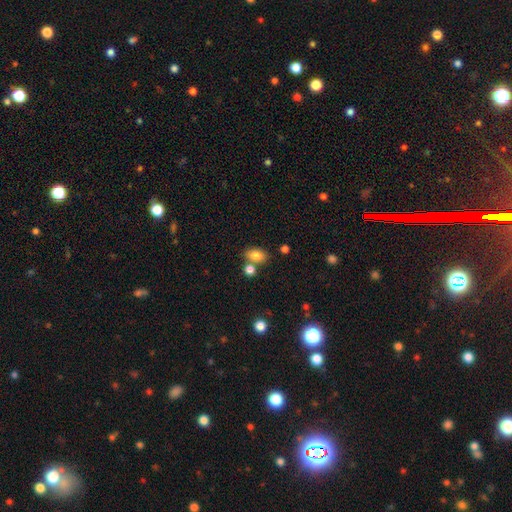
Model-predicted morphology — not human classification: Smooth or featured: smooth — 82% (star or artifact — 10%)
How rounded: in between — 84% (round — 14%)
Merging: none — 63% (merger — 22%)